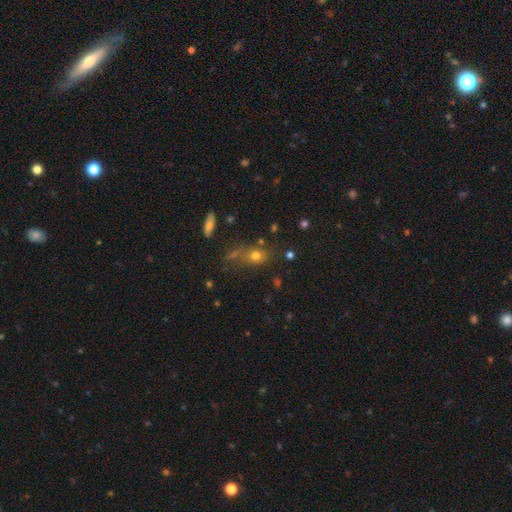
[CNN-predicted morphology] type=smooth (70%); roundness=in between (51%); merging=none (61%).